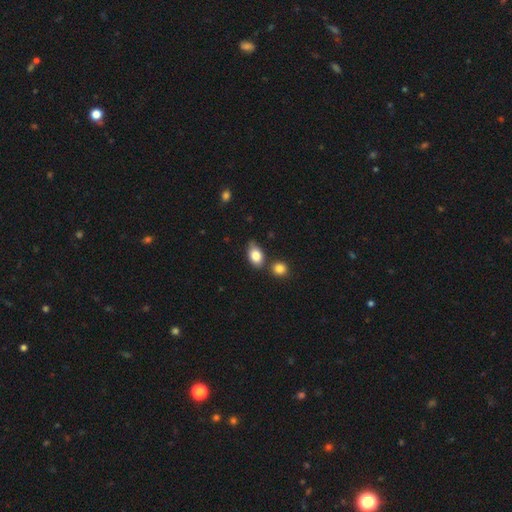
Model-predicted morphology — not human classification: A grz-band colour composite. It shows a smooth galaxy with no disk features (83%) that is in between round and cigar-shaped (86%). Merging: none (65%).